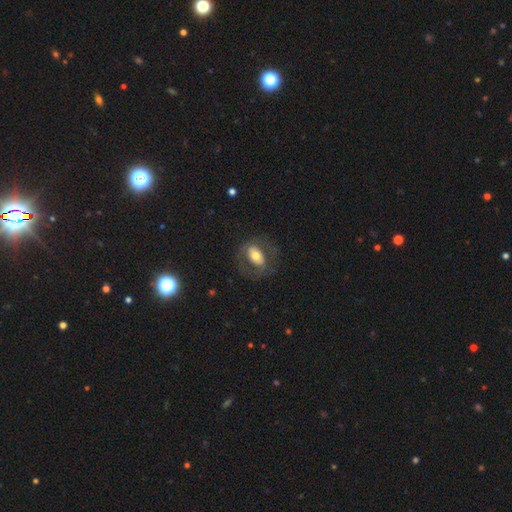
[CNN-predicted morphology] Smooth or featured? Predicted: smooth (p=0.51). How rounded? Predicted: in between (p=0.79). Merging? Predicted: none (p=0.66).